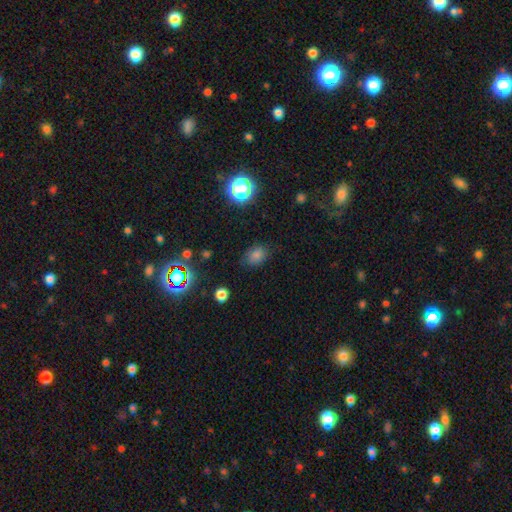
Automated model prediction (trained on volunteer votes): smooth 76%, star or artifact 18%, featured or disk 7%. Down the decision tree: how rounded — in between (63%); merging — none (77%).